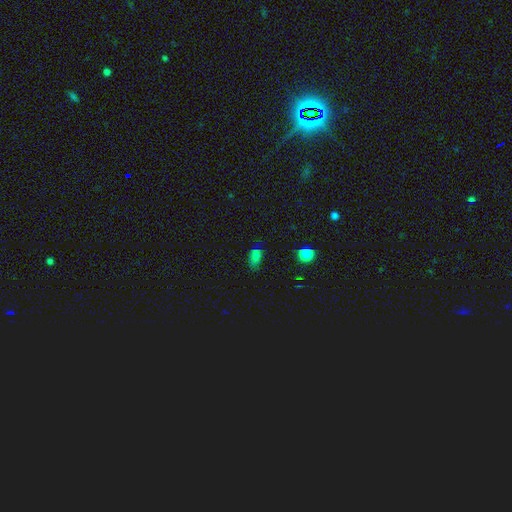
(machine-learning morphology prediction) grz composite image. It shows a smooth galaxy with no disk features (67%) that is in between round and cigar-shaped (84%). Merging: none (56%).